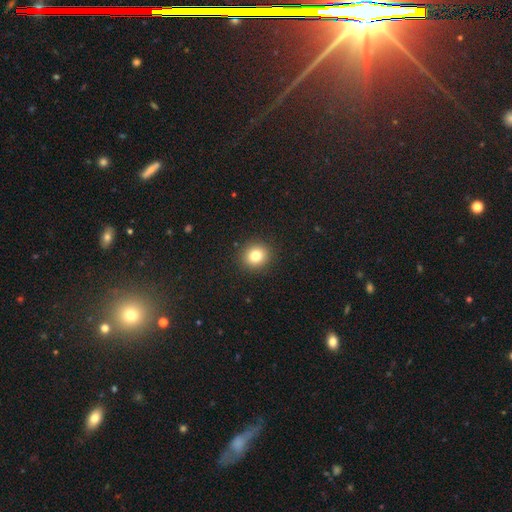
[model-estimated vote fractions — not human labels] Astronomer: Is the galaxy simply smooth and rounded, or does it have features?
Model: smooth — 80%.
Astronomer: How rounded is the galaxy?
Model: round — 87%.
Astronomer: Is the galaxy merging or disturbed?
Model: none — 92%.